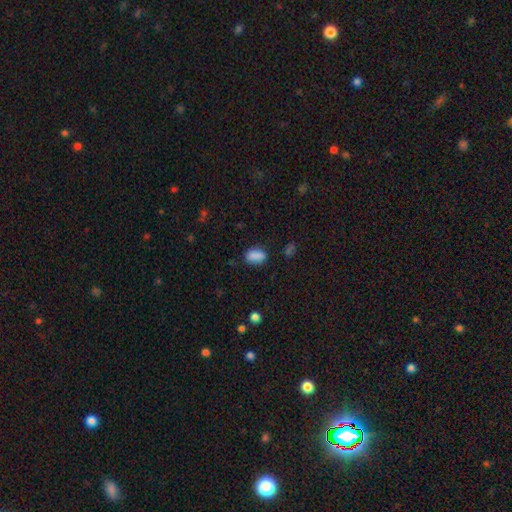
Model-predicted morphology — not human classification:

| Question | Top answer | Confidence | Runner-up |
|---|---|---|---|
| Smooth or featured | smooth | 86% | star or artifact (9%) |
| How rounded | in between | 86% | round (12%) |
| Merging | none | 79% | minor disturbance (15%) |